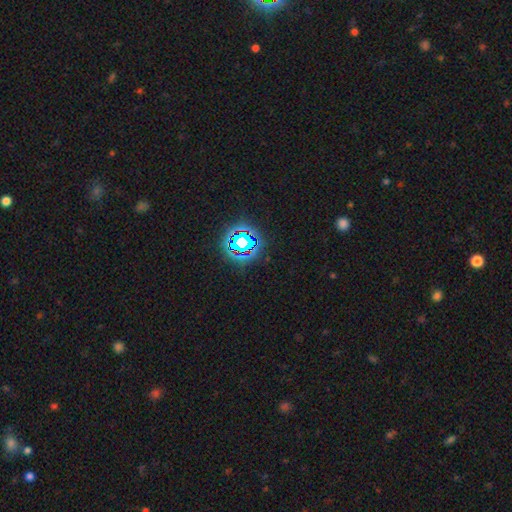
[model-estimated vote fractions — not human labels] This appears to be a star or artifact, not a galaxy (78%).